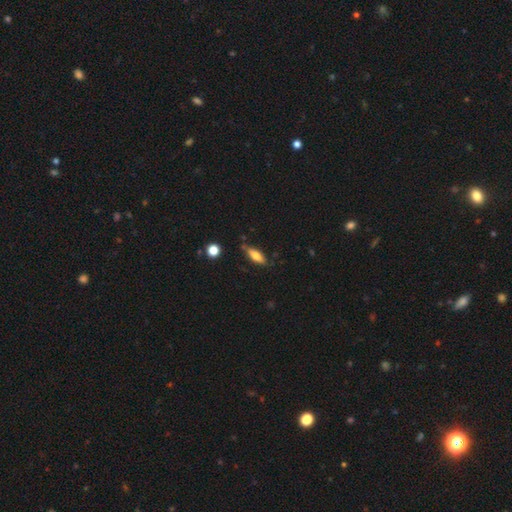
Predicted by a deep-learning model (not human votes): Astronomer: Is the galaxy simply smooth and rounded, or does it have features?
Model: smooth — 66%.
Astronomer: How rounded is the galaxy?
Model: in between — 57% (runner-up: cigar-shaped, 40%).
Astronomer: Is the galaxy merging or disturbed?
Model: none — 75%.